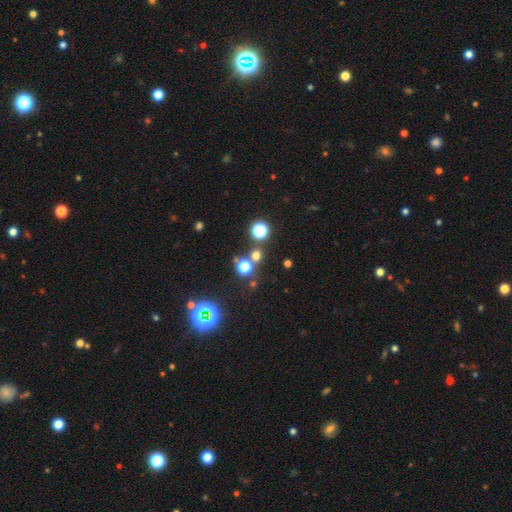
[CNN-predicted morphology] smooth_or_featured: smooth (p=0.58) [alt: star or artifact p=0.35]
how_rounded: round (p=0.90) [alt: in between p=0.09]
merging: none (p=0.75) [alt: merger p=0.15]